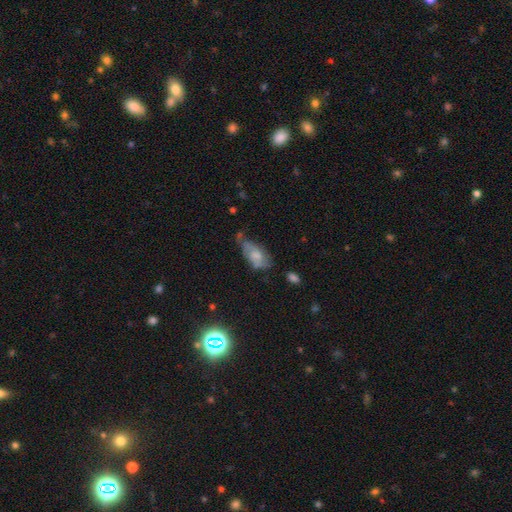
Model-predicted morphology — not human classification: type=smooth (61%); roundness=in between (89%); merging=minor disturbance (37%).